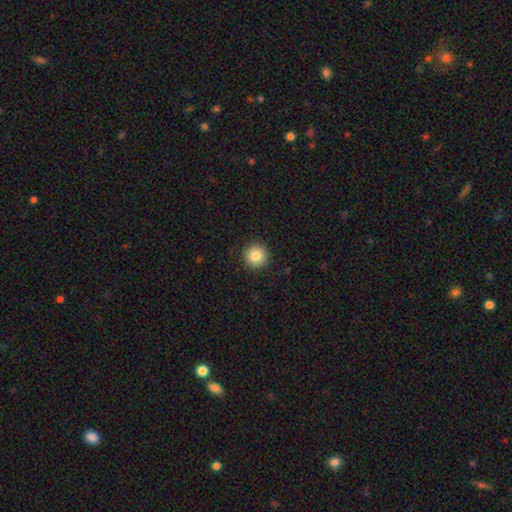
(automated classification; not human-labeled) smooth 84%, star or artifact 10%, featured or disk 7%. Down the decision tree: how rounded — round (96%); merging — none (92%).